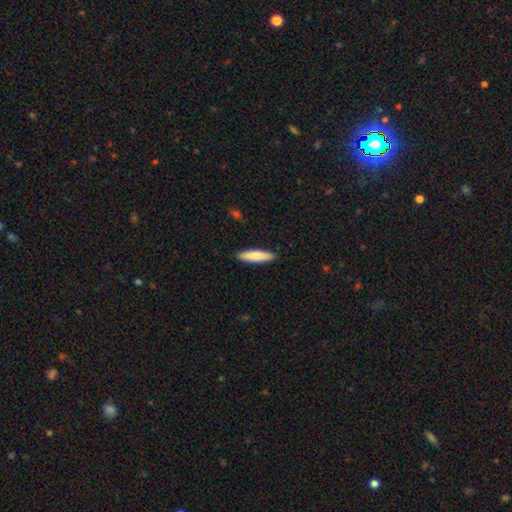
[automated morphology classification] A smooth galaxy with no disk features (81%) that is cigar-shaped (77%).

Vote fractions:
- Smooth or featured? smooth: 81% / featured or disk: 13% / star or artifact: 5%
- How rounded? cigar-shaped: 77% / in between: 21% / round: 1%
- Merging? none: 90% / minor disturbance: 7% / major disturbance: 2% / merger: 1%